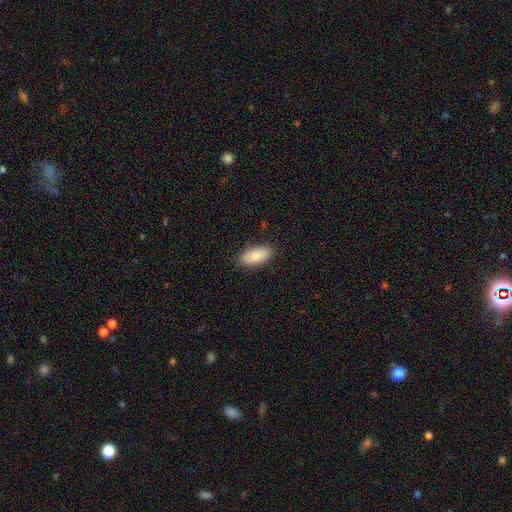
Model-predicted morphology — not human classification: Q: Smooth or featured?
A: smooth (84%); runner-up: featured or disk (9%)
Q: How rounded?
A: in between (91%); runner-up: cigar-shaped (7%)
Q: Merging?
A: none (86%); runner-up: minor disturbance (11%)